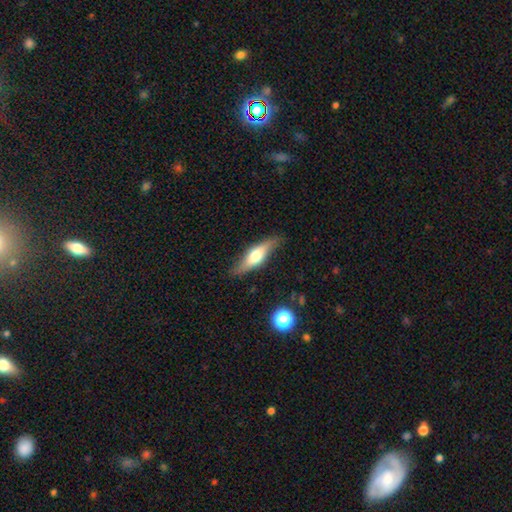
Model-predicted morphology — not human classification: featured or disk 50%, smooth 44%, star or artifact 6%. Down the decision tree: edge-on disk — yes (82%); merging — none (81%).